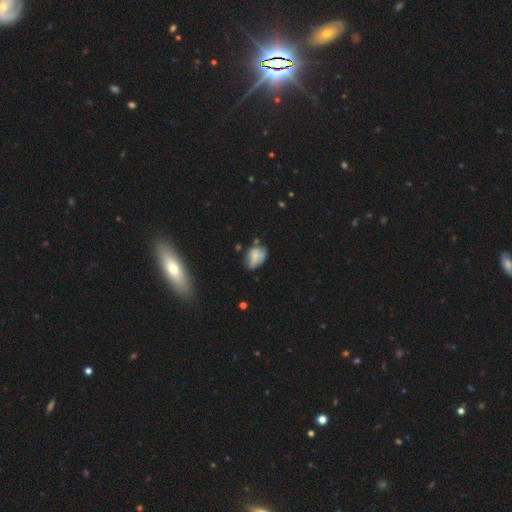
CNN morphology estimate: This is likely a smooth galaxy (65%). How rounded: likely in between (80%). Merging: marginally none (42%).